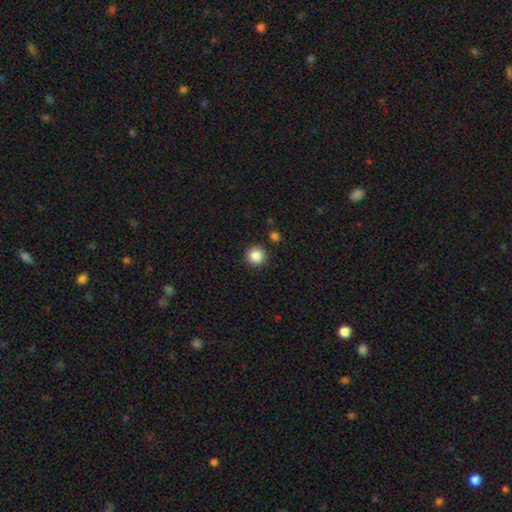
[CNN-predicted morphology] smooth_or_featured: smooth (p=0.87) [alt: star or artifact p=0.09]
how_rounded: round (p=0.95) [alt: in between p=0.04]
merging: none (p=0.90) [alt: minor disturbance p=0.06]